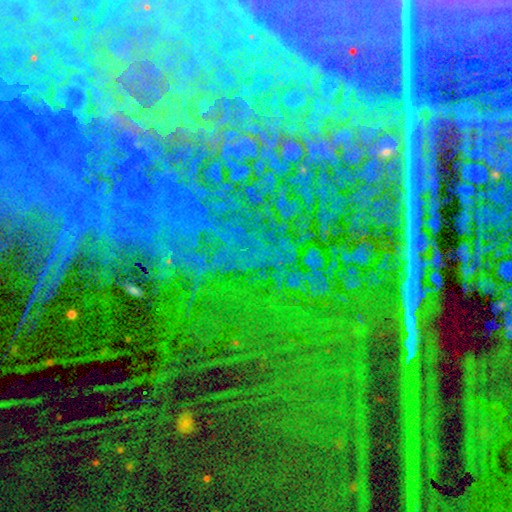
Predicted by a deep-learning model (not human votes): The model was most divided on "smooth or featured": star or artifact: 86%, featured or disk: 8%, smooth: 6%.